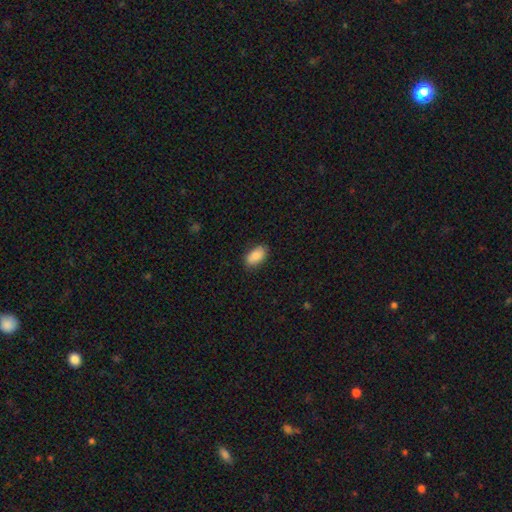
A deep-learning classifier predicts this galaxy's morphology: This is clearly a smooth galaxy (87%). How rounded: clearly in between (94%). Merging: clearly none (86%).